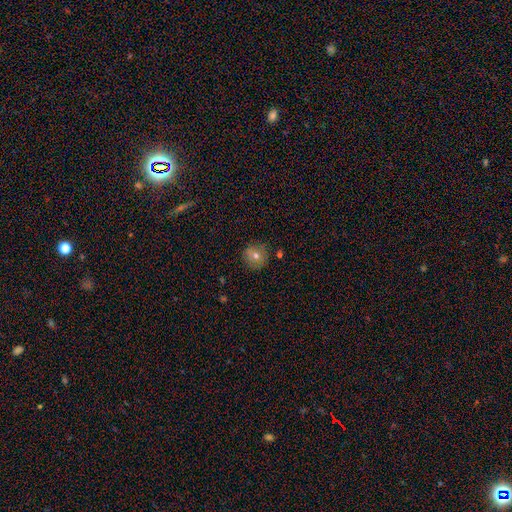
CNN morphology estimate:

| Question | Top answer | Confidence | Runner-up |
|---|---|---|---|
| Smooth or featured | smooth | 69% | featured or disk (18%) |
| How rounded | round | 92% | in between (7%) |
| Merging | none | 85% | minor disturbance (11%) |